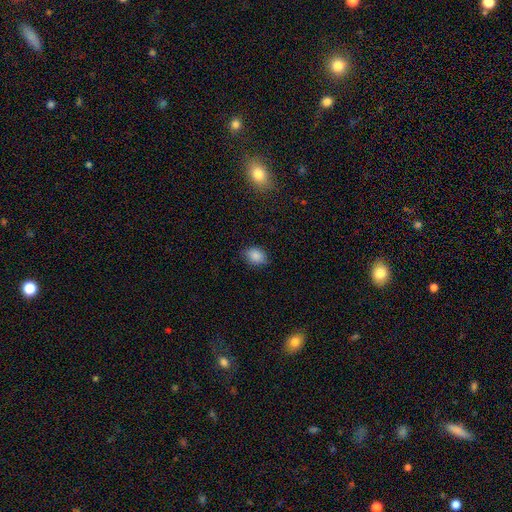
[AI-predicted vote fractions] smooth 86%, star or artifact 9%, featured or disk 5%. Down the decision tree: how rounded — in between (69%); merging — none (79%).